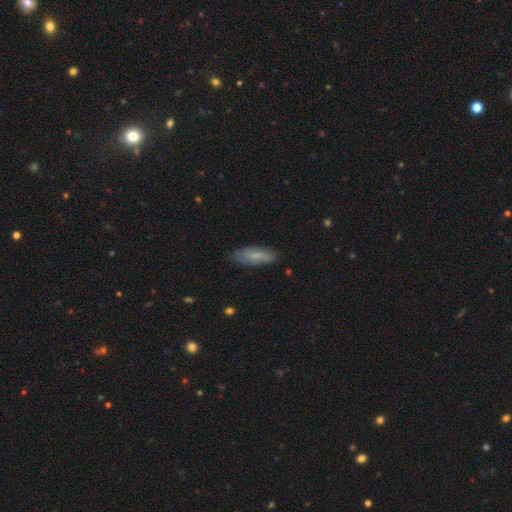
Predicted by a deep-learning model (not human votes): Morphology: type=smooth (73%); roundness=in between (59%); merging=none (79%).